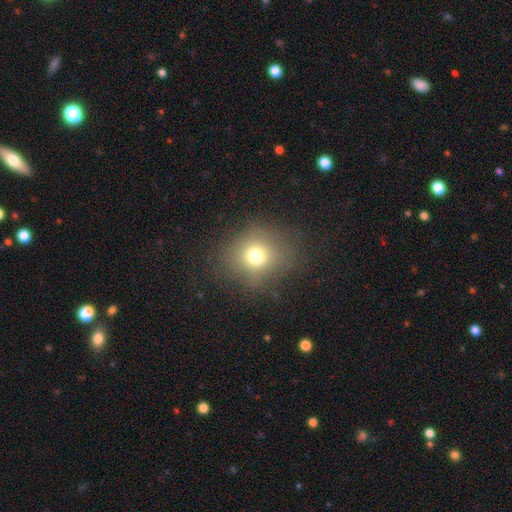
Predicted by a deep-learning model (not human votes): smooth_or_featured: smooth (p=0.71) [alt: star or artifact p=0.17]
how_rounded: round (p=0.78) [alt: in between p=0.21]
merging: none (p=0.76) [alt: minor disturbance p=0.14]